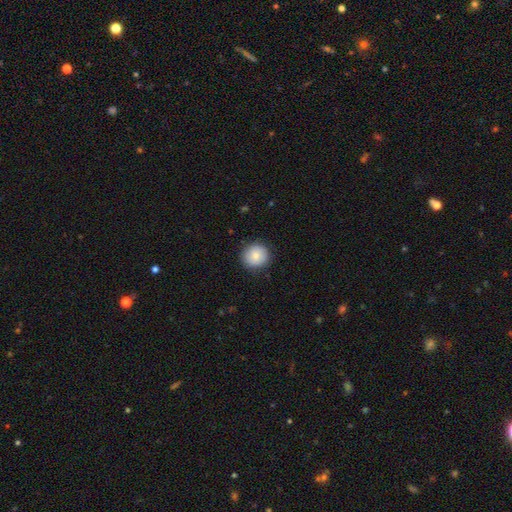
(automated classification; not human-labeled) Overall: smooth (80%). How rounded: round (90%). Merging: none (88%).